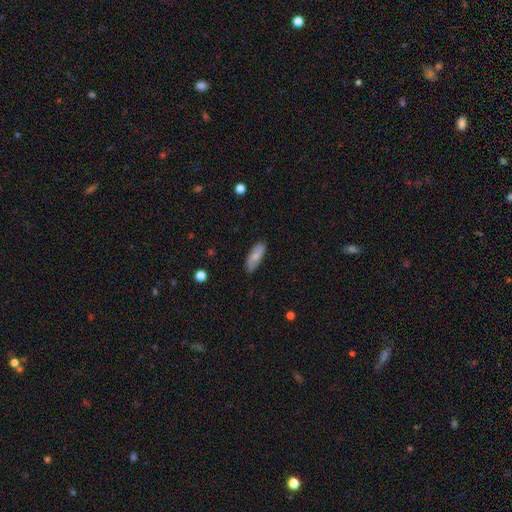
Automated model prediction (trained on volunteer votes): This is likely a smooth galaxy (73%). How rounded: likely in between (64%). Merging: clearly none (82%).